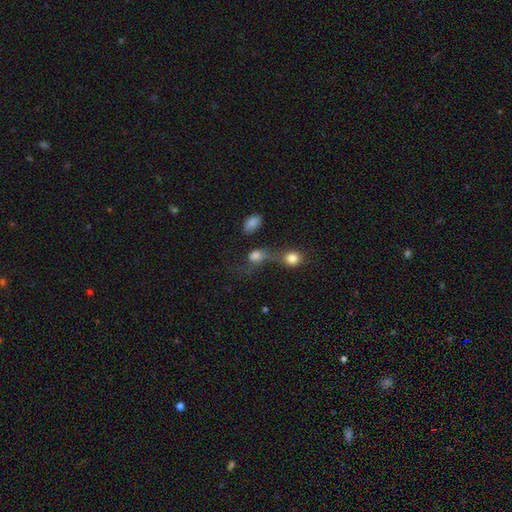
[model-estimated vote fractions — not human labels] Overall: smooth (71%). How rounded: round (49%; in between 48%). Merging: merger (53%; none 19%).